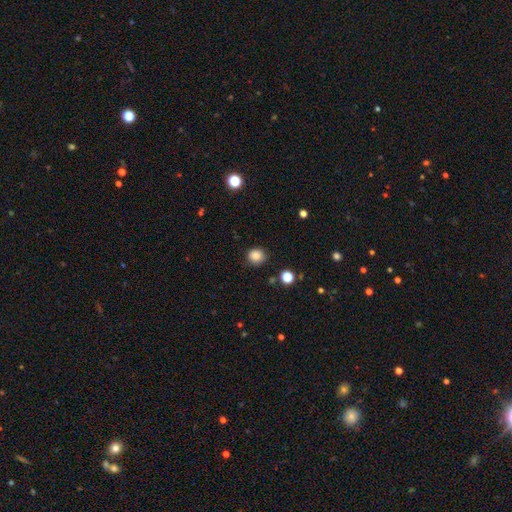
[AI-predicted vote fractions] Smooth or featured? smooth (84%)
How rounded? round (83%)
Merging? none (87%)